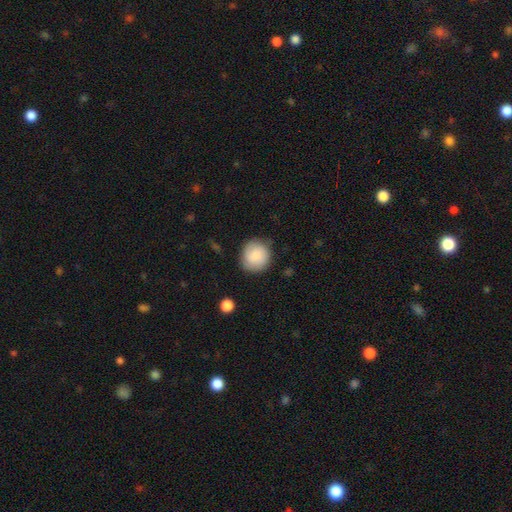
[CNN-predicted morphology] A smooth galaxy with no disk features (79%) that is round (89%).

Vote fractions:
- Smooth or featured? smooth: 79% / featured or disk: 14% / star or artifact: 7%
- How rounded? round: 89% / in between: 10% / cigar-shaped: 1%
- Merging? none: 81% / minor disturbance: 14% / major disturbance: 4% / merger: 1%